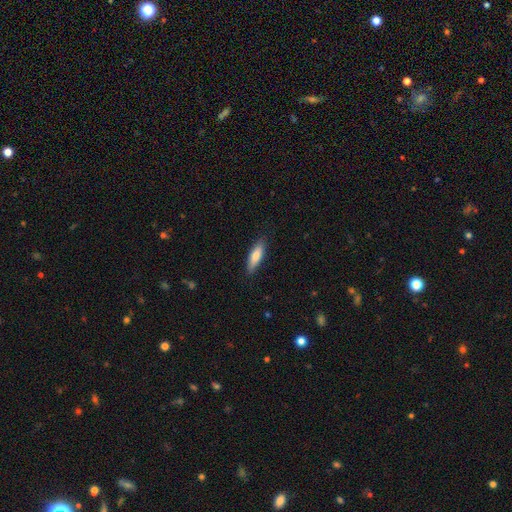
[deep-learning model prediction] Smooth or featured? Predicted: smooth (p=0.76). How rounded? Predicted: cigar-shaped (p=0.55). Merging? Predicted: none (p=0.86).